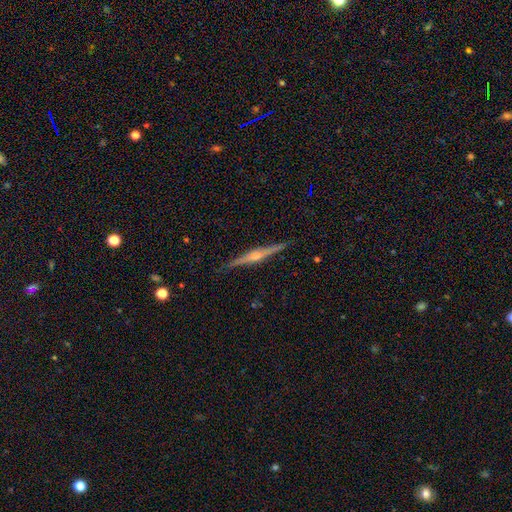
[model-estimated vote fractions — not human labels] The model was most divided on "edge-on bulge": rounded: 84%, boxy: 11%, none: 6%. More confident: edge-on disk — yes (98%); merging — none (91%); smooth or featured — featured or disk (84%).